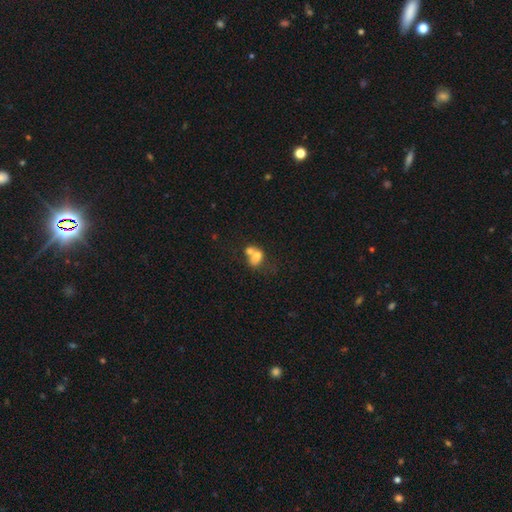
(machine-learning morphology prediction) Smooth or featured? smooth (68%)
How rounded? in between (57%)
Merging? merger (61%)